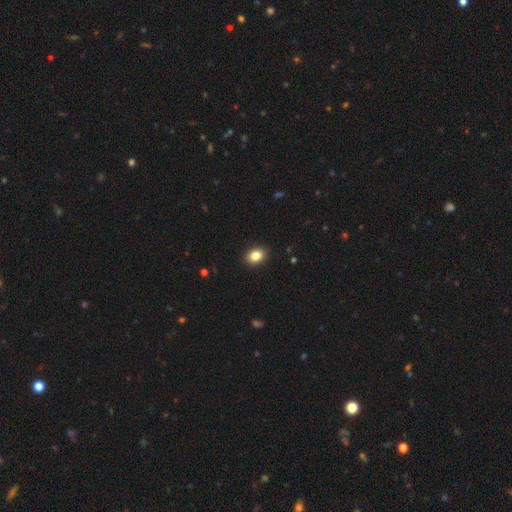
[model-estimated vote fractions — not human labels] A smooth galaxy with no disk features (85%) that is in between round and cigar-shaped (69%).

Vote fractions:
- Smooth or featured? smooth: 85% / star or artifact: 9% / featured or disk: 6%
- How rounded? in between: 69% / round: 30% / cigar-shaped: 1%
- Merging? none: 90% / minor disturbance: 7% / major disturbance: 2% / merger: 1%